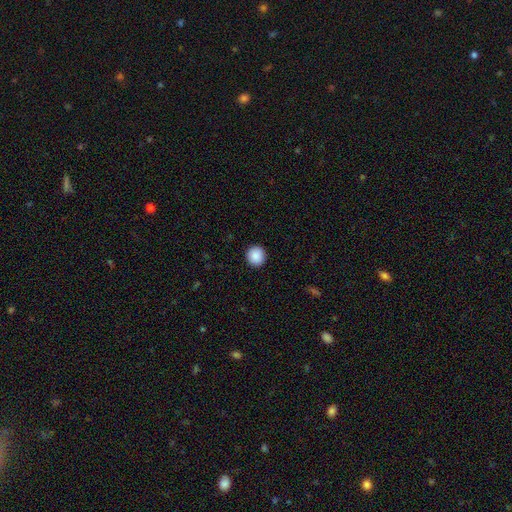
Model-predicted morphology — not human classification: Smooth or featured? Predicted: smooth (p=0.89). How rounded? Predicted: round (p=0.94). Merging? Predicted: none (p=0.93).